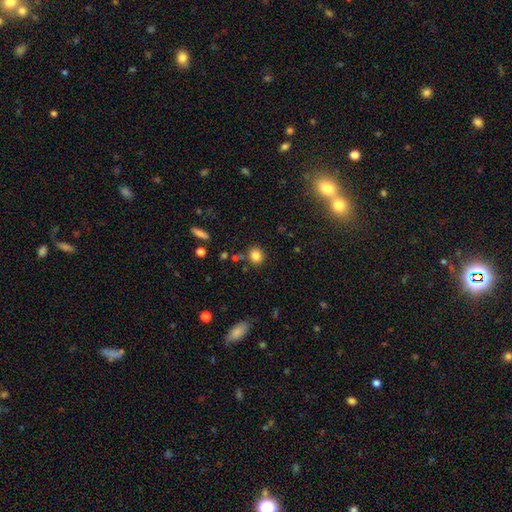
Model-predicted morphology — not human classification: smooth 83%, star or artifact 12%, featured or disk 6%. Down the decision tree: how rounded — round (80%); merging — none (81%).